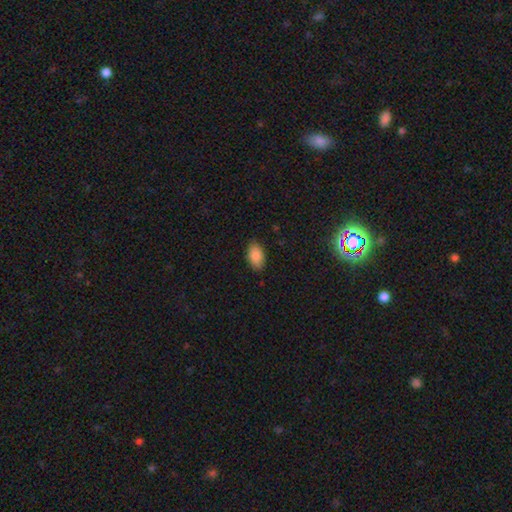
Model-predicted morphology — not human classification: Smooth or featured? smooth (86%)
How rounded? in between (93%)
Merging? none (86%)